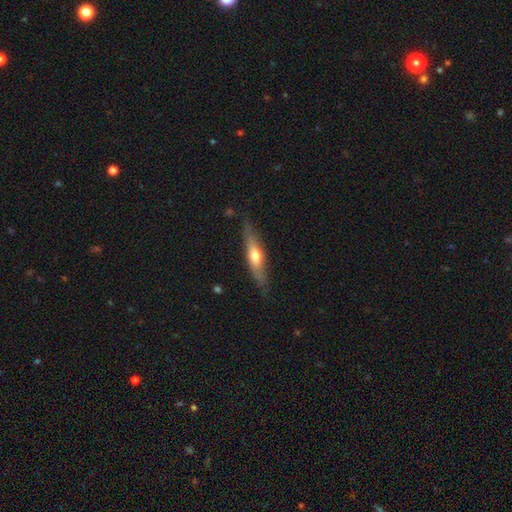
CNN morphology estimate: This appears to be a smooth galaxy with no disk features (48%). Merging: none (81%).